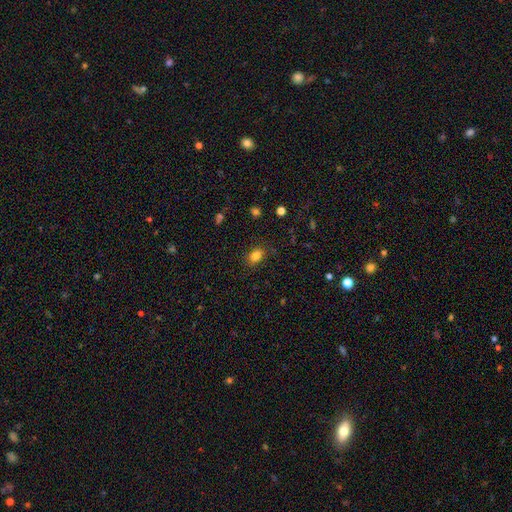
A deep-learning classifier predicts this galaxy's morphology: The model was most divided on "how rounded": in between: 65%, round: 34%, cigar-shaped: 1%. More confident: merging — none (82%); smooth or featured — smooth (82%).